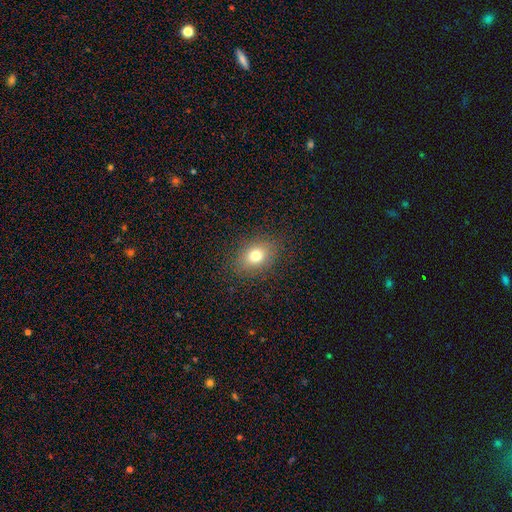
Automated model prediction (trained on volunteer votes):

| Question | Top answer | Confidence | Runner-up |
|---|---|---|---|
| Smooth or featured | smooth | 76% | star or artifact (12%) |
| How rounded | in between | 66% | round (32%) |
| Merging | none | 86% | minor disturbance (10%) |